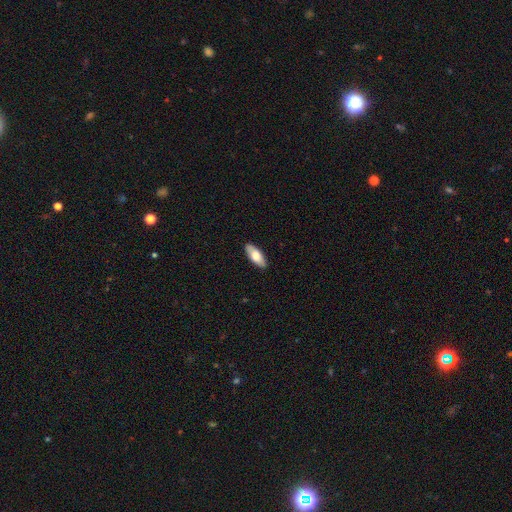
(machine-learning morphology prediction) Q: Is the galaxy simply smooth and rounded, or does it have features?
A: smooth — 71%.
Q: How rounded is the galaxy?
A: in between — 79%.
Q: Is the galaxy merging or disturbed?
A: none — 88%.